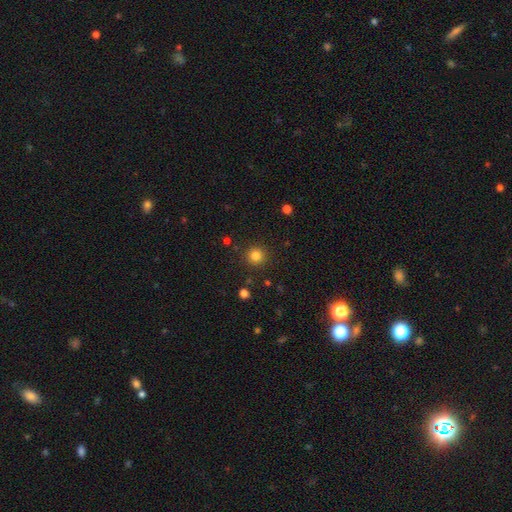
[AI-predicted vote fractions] A smooth galaxy with no disk features (81%) that is round (94%). Merging: none (90%).